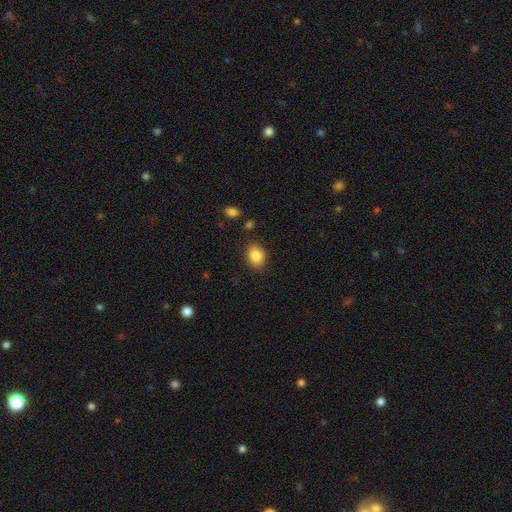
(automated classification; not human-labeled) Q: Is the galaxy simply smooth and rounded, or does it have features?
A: smooth — 86%.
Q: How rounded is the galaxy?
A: in between — 61%.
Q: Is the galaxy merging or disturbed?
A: none — 85%.